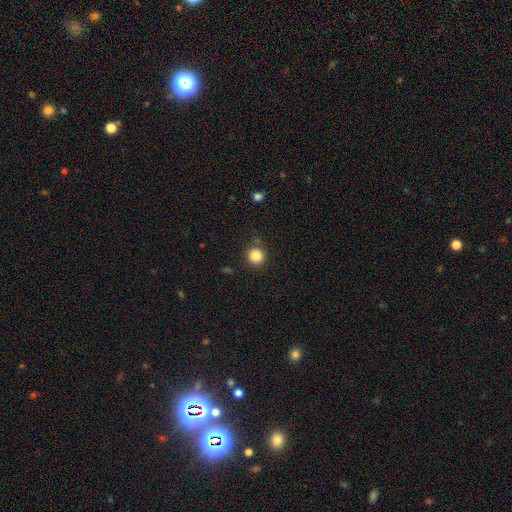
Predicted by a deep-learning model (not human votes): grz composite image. It shows a smooth galaxy with no disk features (86%) that is round (94%). Merging: none (86%).